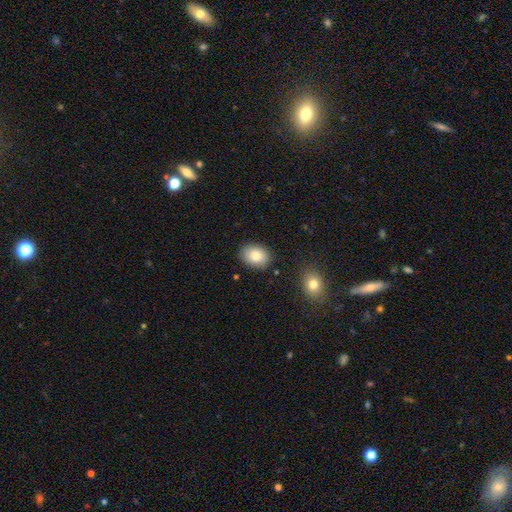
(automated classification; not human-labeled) The model was most divided on "how rounded": in between: 69%, round: 30%, cigar-shaped: 1%. More confident: merging — none (85%); smooth or featured — smooth (84%).